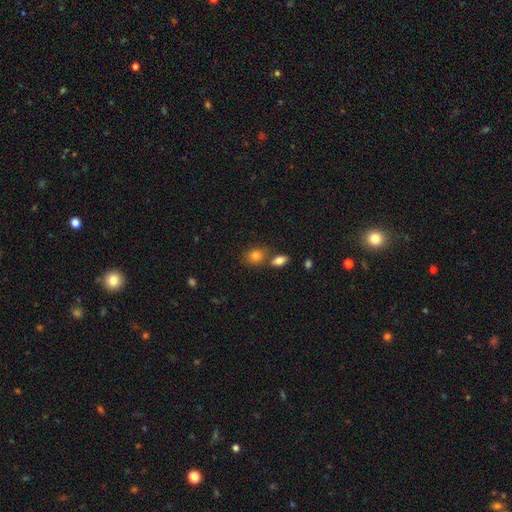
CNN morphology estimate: type=smooth (81%); roundness=in between (50%); merging=none (63%).